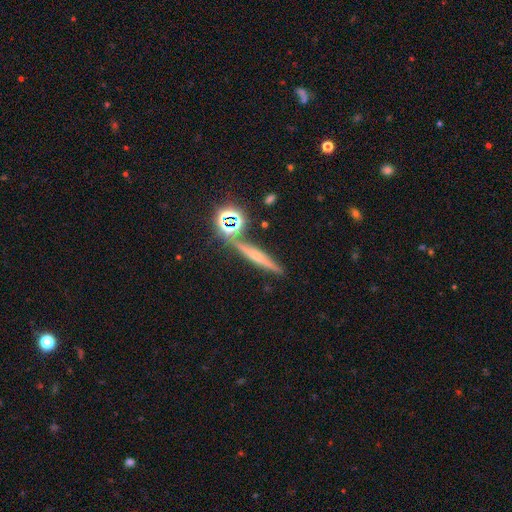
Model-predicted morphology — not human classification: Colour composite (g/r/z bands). It shows a featured or disk galaxy (44%). Merging: none (78%).